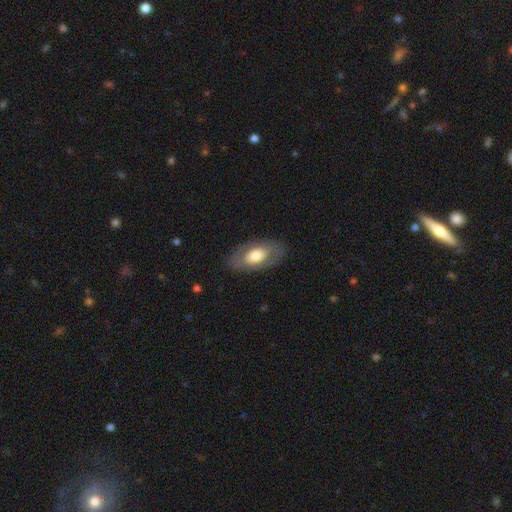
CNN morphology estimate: smooth-or-featured: smooth: 56% | featured or disk: 39% | star or artifact: 5%
  how-rounded: in between: 92% | round: 5% | cigar-shaped: 3%
  merging: none: 82% | minor disturbance: 12% | major disturbance: 5% | merger: 1%